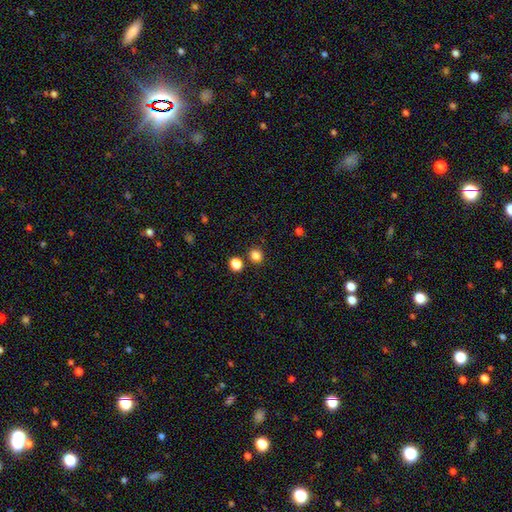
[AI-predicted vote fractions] Smooth or featured? smooth (82%)
How rounded? round (83%)
Merging? none (83%)